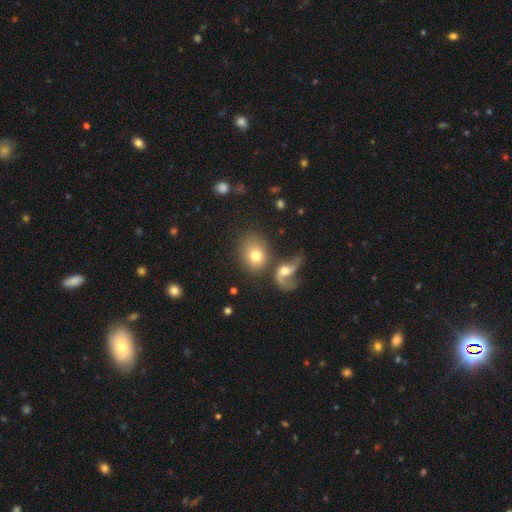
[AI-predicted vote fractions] smooth-or-featured: smooth: 66% | featured or disk: 25% | star or artifact: 9%
  how-rounded: in between: 52% | round: 46% | cigar-shaped: 1%
  merging: none: 42% | merger: 34% | minor disturbance: 12% | major disturbance: 11%